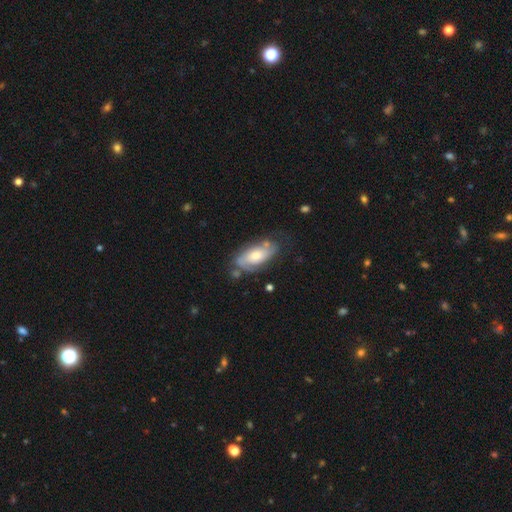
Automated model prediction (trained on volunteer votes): The model was most divided on "smooth or featured": featured or disk: 61%, smooth: 33%, star or artifact: 6%. More confident: edge-on disk — no (91%); spiral arms — yes (80%); bar — no (74%); bulge size — moderate (59%); merging — none (58%).